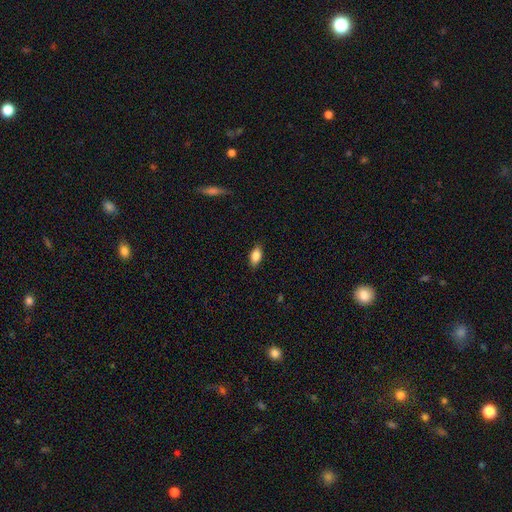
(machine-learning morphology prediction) Smooth or featured? Predicted: smooth (p=0.85). How rounded? Predicted: in between (p=0.89). Merging? Predicted: none (p=0.86).